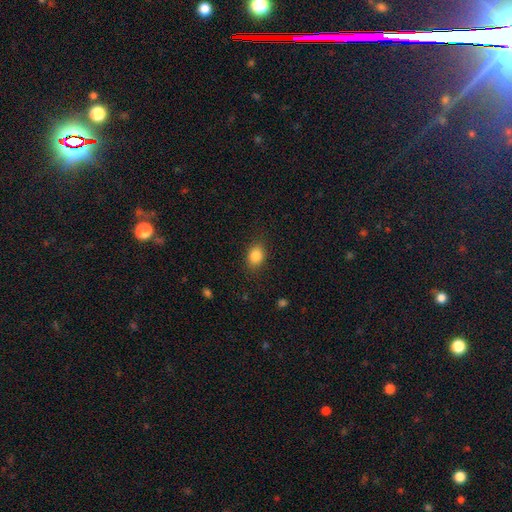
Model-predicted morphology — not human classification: smooth 85%, star or artifact 9%, featured or disk 6%. Down the decision tree: how rounded — in between (65%); merging — none (85%).